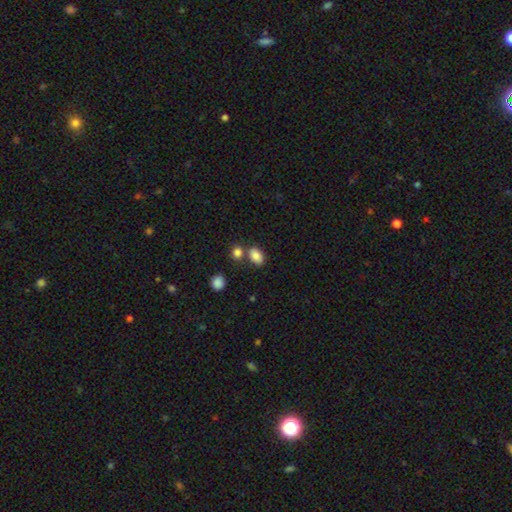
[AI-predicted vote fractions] Overall: smooth (85%). How rounded: in between (85%). Merging: none (62%; merger 22%).